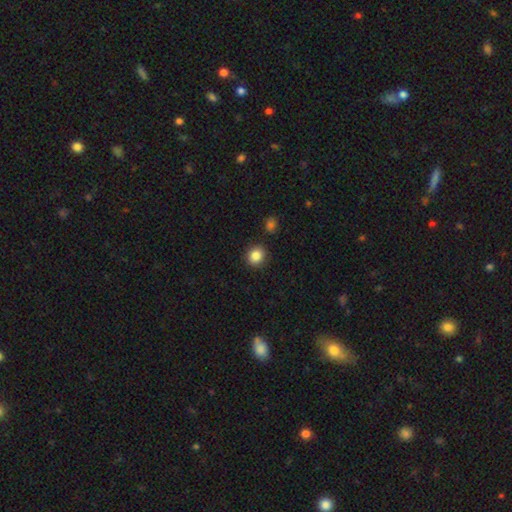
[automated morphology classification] A smooth galaxy with no disk features (85%) that is round (84%). Merging: none (88%).